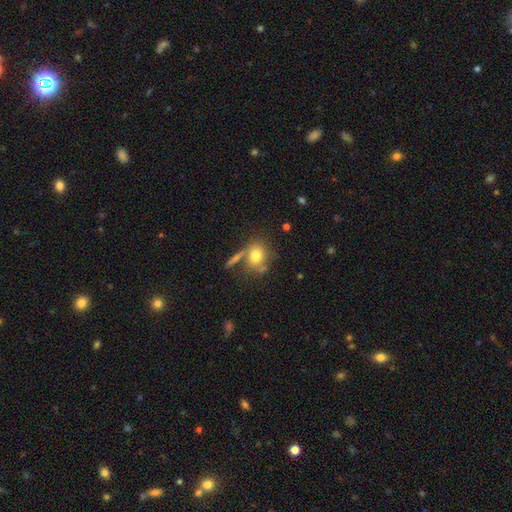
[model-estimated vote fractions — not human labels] smooth-or-featured: smooth: 74% | featured or disk: 16% | star or artifact: 10%
  how-rounded: round: 63% | in between: 35% | cigar-shaped: 2%
  merging: none: 56% | merger: 20% | minor disturbance: 16% | major disturbance: 8%